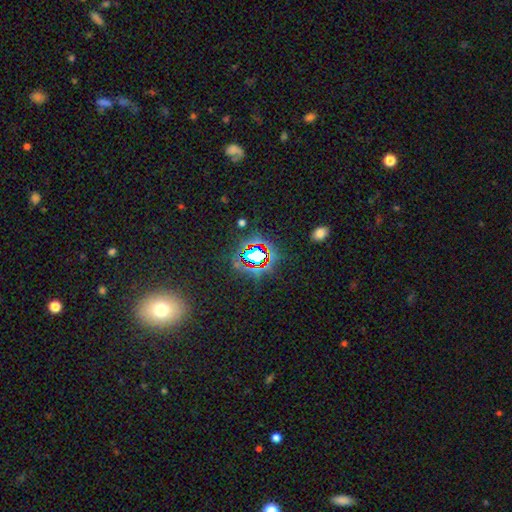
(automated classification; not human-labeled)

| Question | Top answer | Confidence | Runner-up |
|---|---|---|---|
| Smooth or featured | star or artifact | 75% | smooth (15%) |